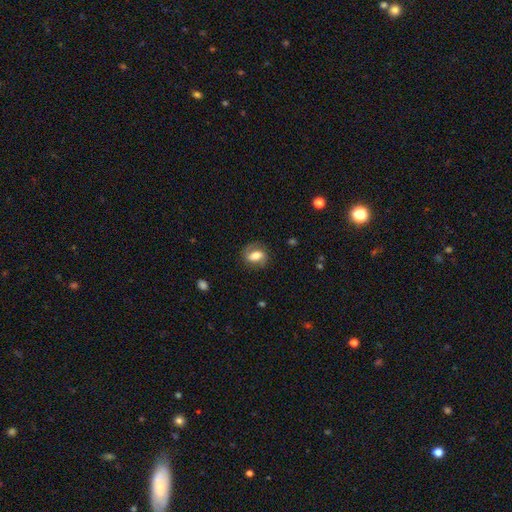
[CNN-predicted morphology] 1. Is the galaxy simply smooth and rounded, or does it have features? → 46% smooth (tied), 46% featured or disk (tied), 8% star or artifact.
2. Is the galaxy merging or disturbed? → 75% none, 17% minor disturbance, 8% major disturbance, 1% merger.